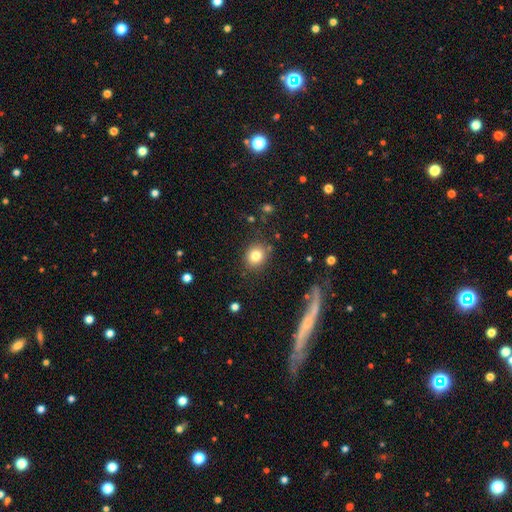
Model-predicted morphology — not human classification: The model was most divided on "how rounded": round: 78%, in between: 21%, cigar-shaped: 1%. More confident: merging — none (85%); smooth or featured — smooth (81%).